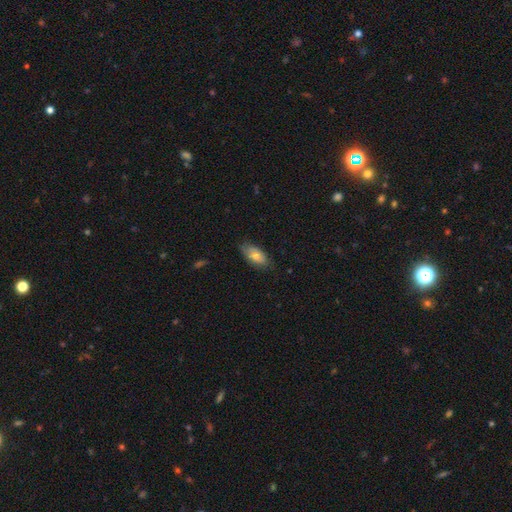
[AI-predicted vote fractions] The model was most divided on "merging": none: 71%, minor disturbance: 24%, major disturbance: 4%, merger: 1%. More confident: how rounded — in between (90%); smooth or featured — smooth (72%).